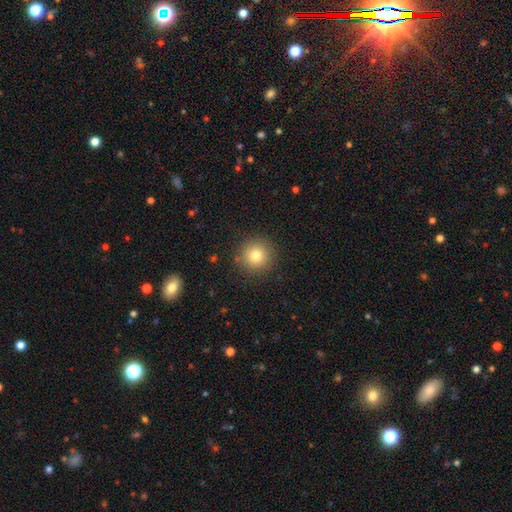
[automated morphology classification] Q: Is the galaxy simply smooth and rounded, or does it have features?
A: smooth — 79%.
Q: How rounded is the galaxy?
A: round — 95%.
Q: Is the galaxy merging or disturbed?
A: none — 89%.